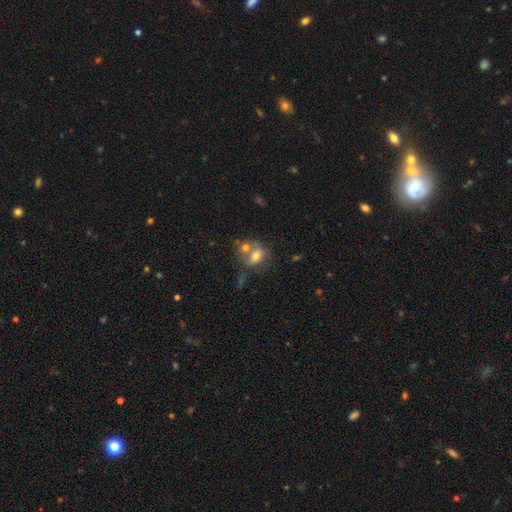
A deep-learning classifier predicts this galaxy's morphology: This appears to be a smooth galaxy with no disk features (64%) that is in between round and cigar-shaped (62%). Merging: merger (51%).